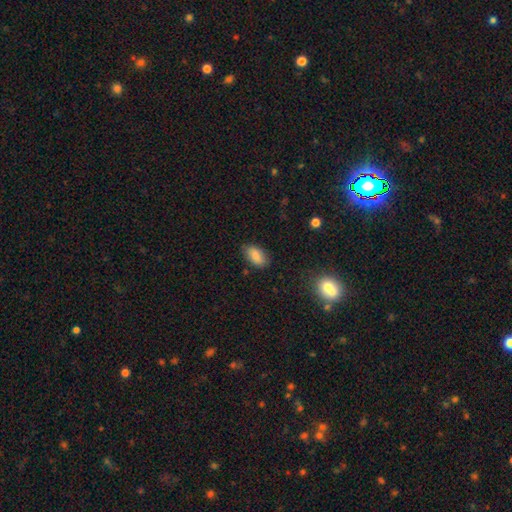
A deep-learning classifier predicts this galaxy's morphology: Q: Smooth or featured?
A: smooth (85%); runner-up: star or artifact (8%)
Q: How rounded?
A: in between (93%); runner-up: cigar-shaped (4%)
Q: Merging?
A: none (80%); runner-up: minor disturbance (15%)